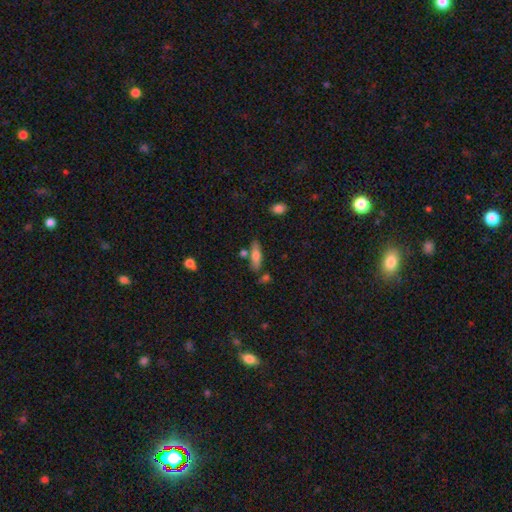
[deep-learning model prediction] Overall: smooth (73%). How rounded: cigar-shaped (51%; in between 47%). Merging: none (71%).